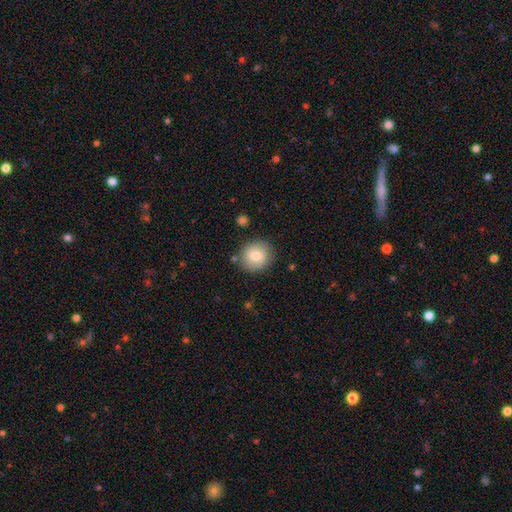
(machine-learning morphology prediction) A smooth galaxy with no disk features (76%) that is round (88%). Merging: none (84%).